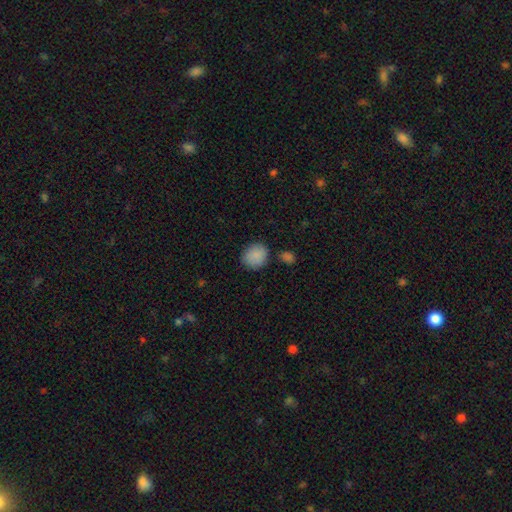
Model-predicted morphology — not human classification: This appears to be a smooth galaxy with no disk features (88%) that is round (75%). Merging: none (76%).